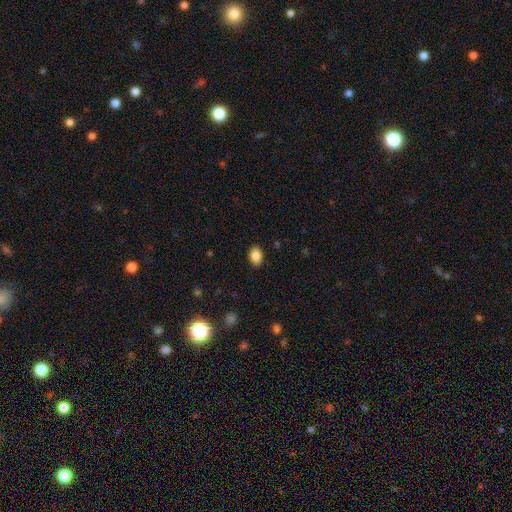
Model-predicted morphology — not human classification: This appears to be a smooth galaxy with no disk features (87%) that is in between round and cigar-shaped (84%). Merging: none (89%).